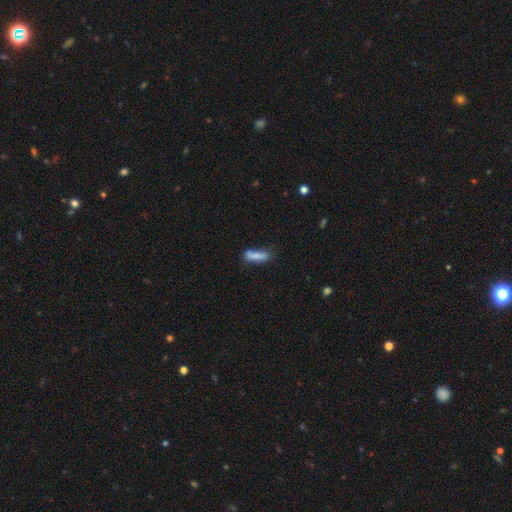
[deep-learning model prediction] Morphology: type=smooth (80%); roundness=cigar-shaped (67%); merging=none (60%).